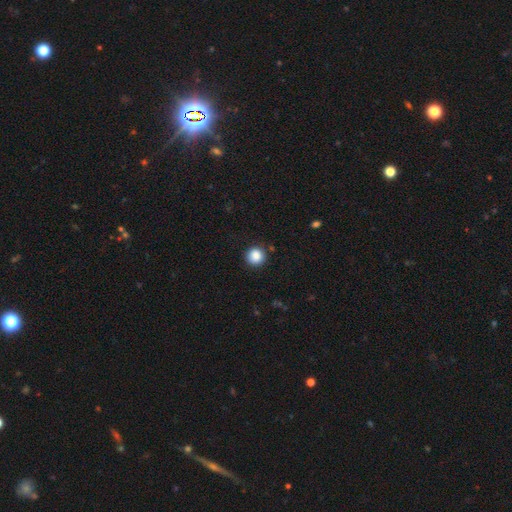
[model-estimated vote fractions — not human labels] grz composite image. It shows a smooth galaxy with no disk features (86%) that is round (94%). Merging: none (89%).